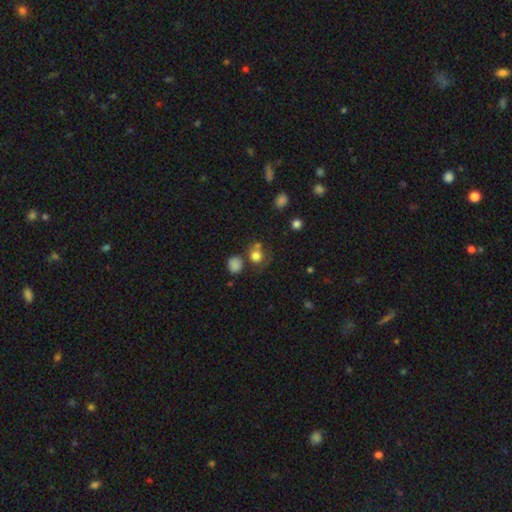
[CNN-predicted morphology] Overall: smooth (78%). How rounded: round (83%). Merging: none (60%).